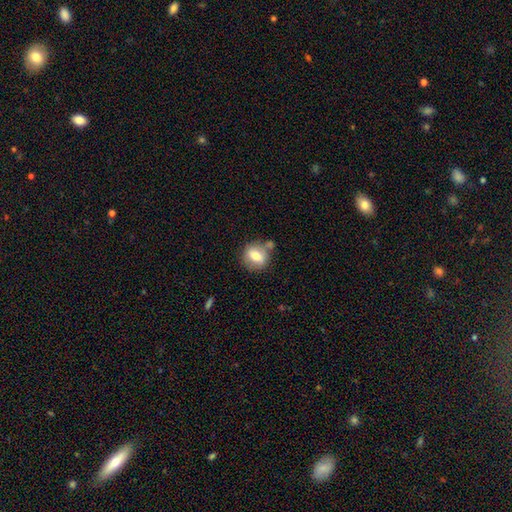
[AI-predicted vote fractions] Smooth or featured: smooth — 72% (featured or disk — 20%)
How rounded: round — 69% (in between — 30%)
Merging: none — 66% (minor disturbance — 15%)